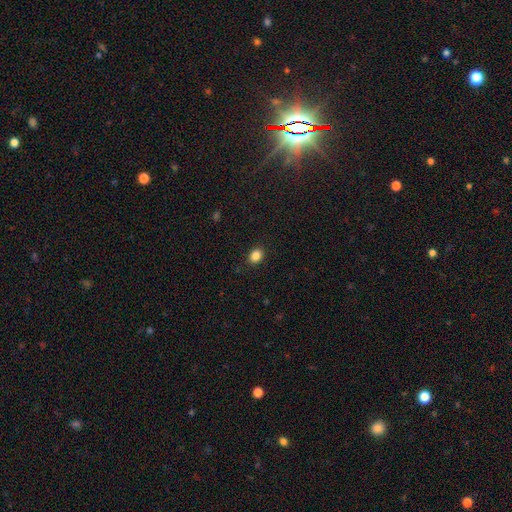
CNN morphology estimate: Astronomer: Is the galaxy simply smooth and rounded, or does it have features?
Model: smooth — 85%.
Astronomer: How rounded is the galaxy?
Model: in between — 59% (runner-up: round, 40%).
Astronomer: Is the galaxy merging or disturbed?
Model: none — 88%.